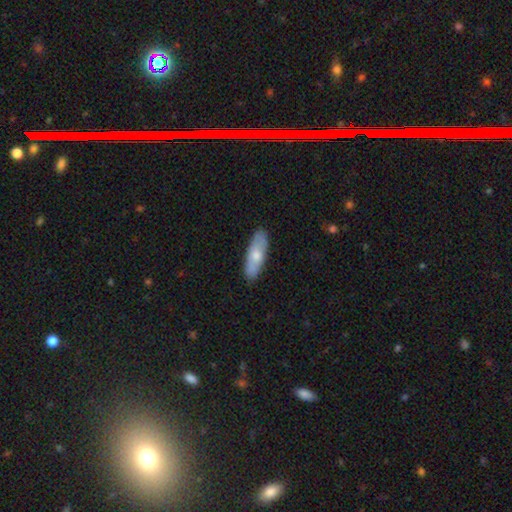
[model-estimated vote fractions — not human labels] A smooth galaxy with no disk features (67%) that is in between round and cigar-shaped (56%). Merging: none (86%).